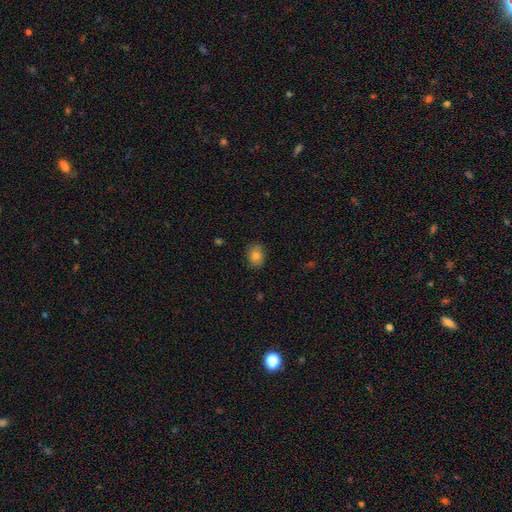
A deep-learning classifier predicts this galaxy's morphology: A smooth galaxy with no disk features (82%) that is in between round and cigar-shaped (59%). Merging: none (84%).